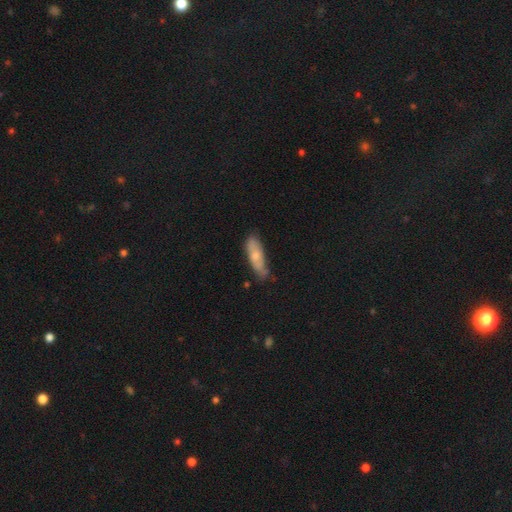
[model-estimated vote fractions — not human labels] Smooth or featured? Predicted: smooth (p=0.62). How rounded? Predicted: cigar-shaped (p=0.50). Merging? Predicted: none (p=0.62).